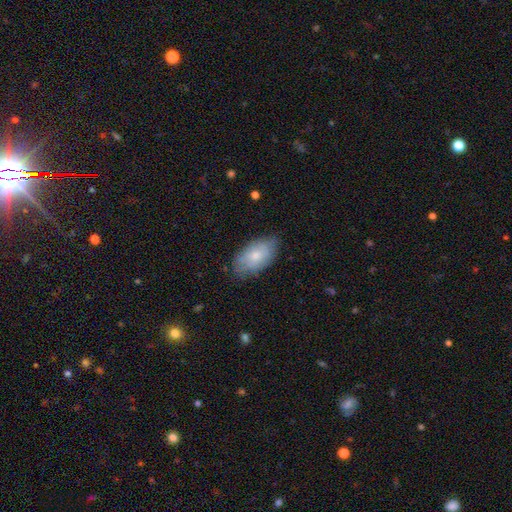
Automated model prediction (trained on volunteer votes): Overall: smooth (69%). How rounded: in between (94%). Merging: none (73%).